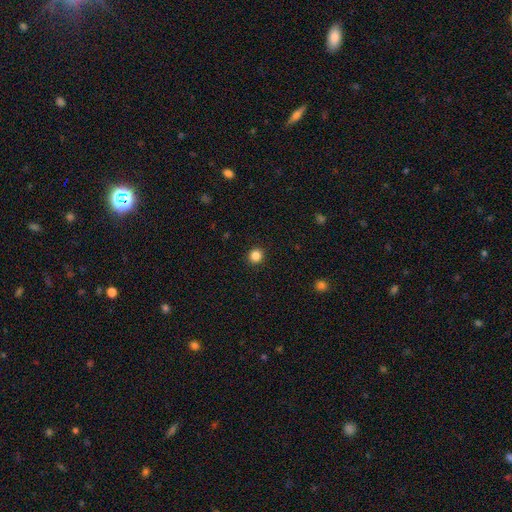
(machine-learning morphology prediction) A smooth galaxy with no disk features (85%) that is round (93%). Merging: none (93%).